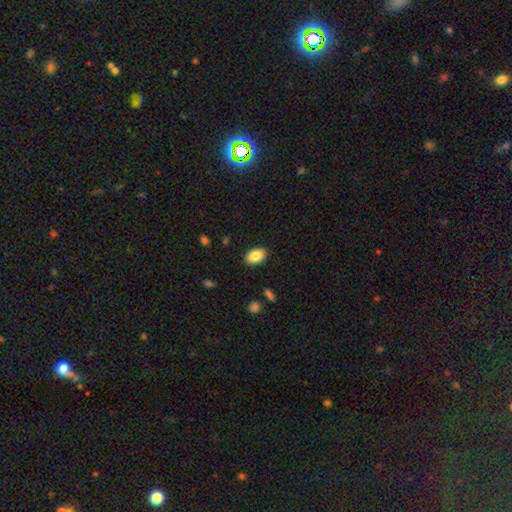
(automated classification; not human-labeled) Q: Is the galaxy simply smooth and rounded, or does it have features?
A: smooth — 85%.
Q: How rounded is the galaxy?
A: in between — 89%.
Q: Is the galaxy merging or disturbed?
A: none — 88%.